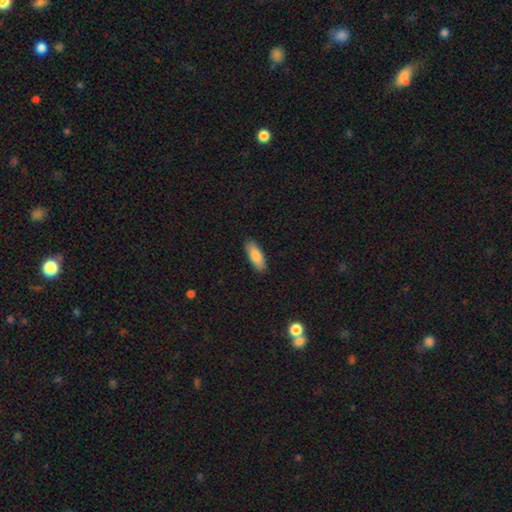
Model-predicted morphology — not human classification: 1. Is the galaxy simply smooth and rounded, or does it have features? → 83% smooth, 11% featured or disk, 6% star or artifact.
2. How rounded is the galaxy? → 70% in between, 28% cigar-shaped, 2% round.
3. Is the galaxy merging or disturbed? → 88% none, 9% minor disturbance, 2% major disturbance, 1% merger.